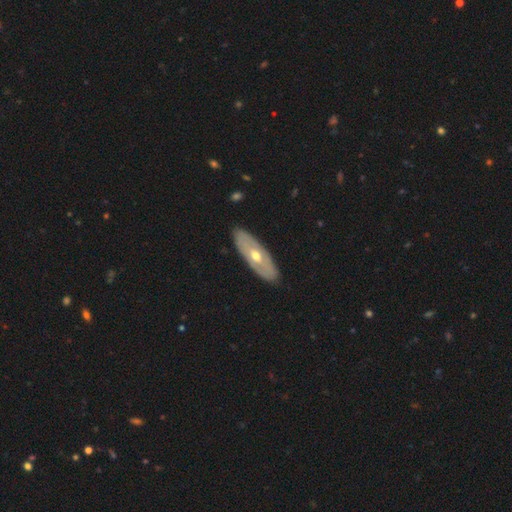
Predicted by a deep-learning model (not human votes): smooth-or-featured: featured or disk: 61% | smooth: 35% | star or artifact: 5%
  disk-edge-on: no: 72% | yes: 28%
  merging: none: 88% | minor disturbance: 9% | major disturbance: 2% | merger: 1%